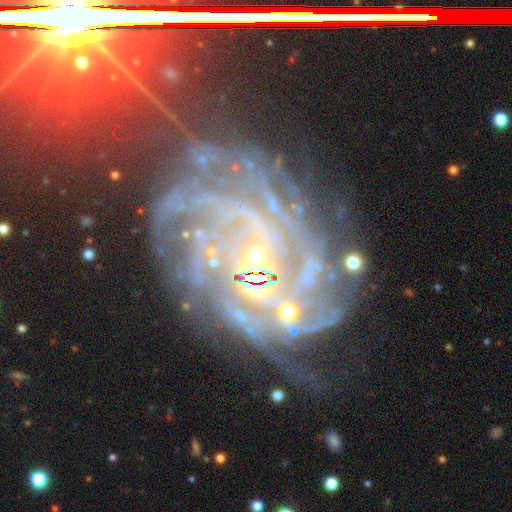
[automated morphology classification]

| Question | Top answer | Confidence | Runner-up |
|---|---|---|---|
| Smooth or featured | featured or disk | 84% | star or artifact (12%) |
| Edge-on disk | no | 98% | yes (2%) |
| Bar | no | 48% | weak (35%) |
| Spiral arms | yes | 96% | no (4%) |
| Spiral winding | tight | 58% | medium (32%) |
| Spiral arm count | more than 4 | 24% | can't tell (23%) |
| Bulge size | small | 71% | moderate (15%) |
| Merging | none | 51% | major disturbance (22%) |